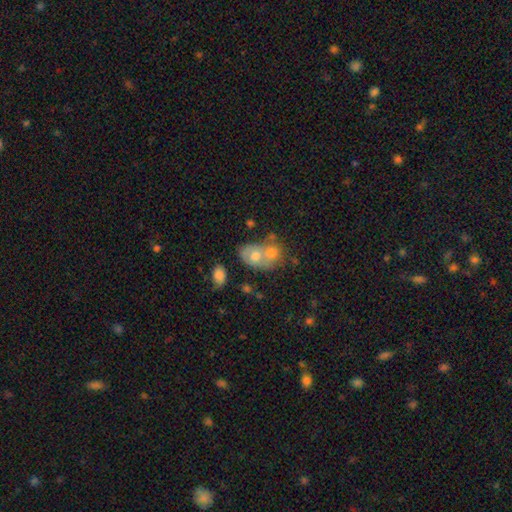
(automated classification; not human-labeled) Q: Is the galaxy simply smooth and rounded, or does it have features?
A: smooth — 61%.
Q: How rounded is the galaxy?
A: in between — 64%.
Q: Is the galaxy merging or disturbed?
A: merger — 66%.